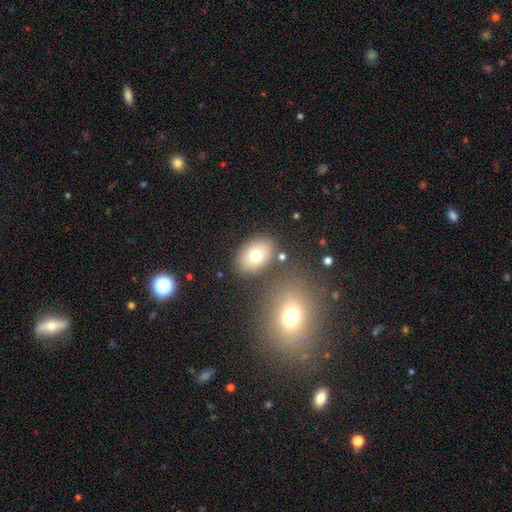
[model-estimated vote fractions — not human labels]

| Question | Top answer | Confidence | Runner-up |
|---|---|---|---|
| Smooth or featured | smooth | 73% | featured or disk (16%) |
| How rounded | in between | 75% | round (24%) |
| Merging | none | 78% | minor disturbance (11%) |